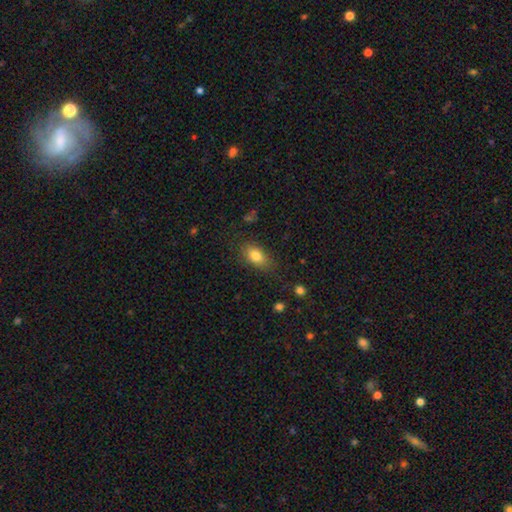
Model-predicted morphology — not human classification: The model was most divided on "merging": none: 77%, minor disturbance: 17%, major disturbance: 5%, merger: 2%. More confident: how rounded — in between (84%); smooth or featured — smooth (81%).